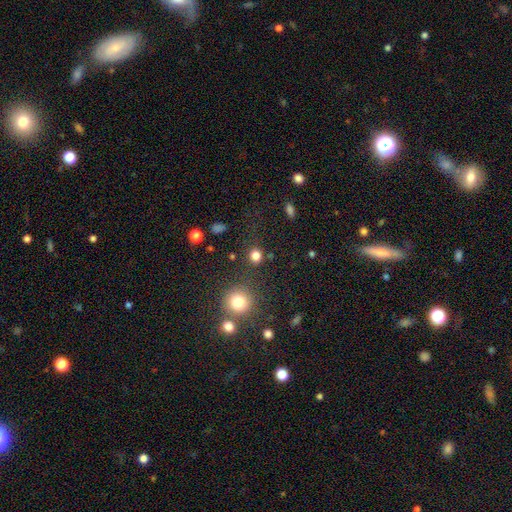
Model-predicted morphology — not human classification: A smooth galaxy with no disk features (80%) that is round (89%).

Vote fractions:
- Smooth or featured? smooth: 80% / star or artifact: 16% / featured or disk: 4%
- How rounded? round: 89% / in between: 10% / cigar-shaped: 1%
- Merging? none: 85% / minor disturbance: 7% / merger: 4% / major disturbance: 4%